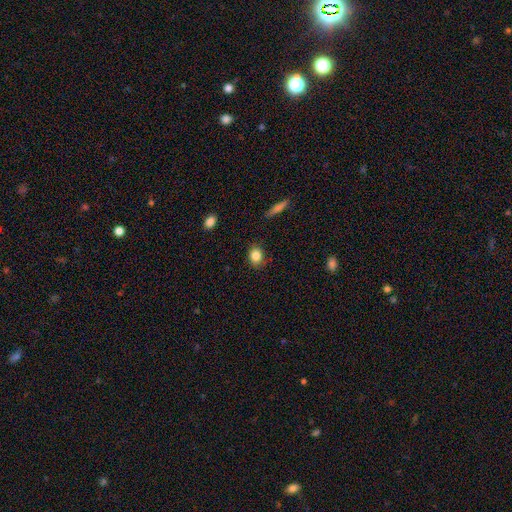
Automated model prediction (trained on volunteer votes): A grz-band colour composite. It shows a smooth galaxy with no disk features (85%) that is round (60%). Merging: none (84%).